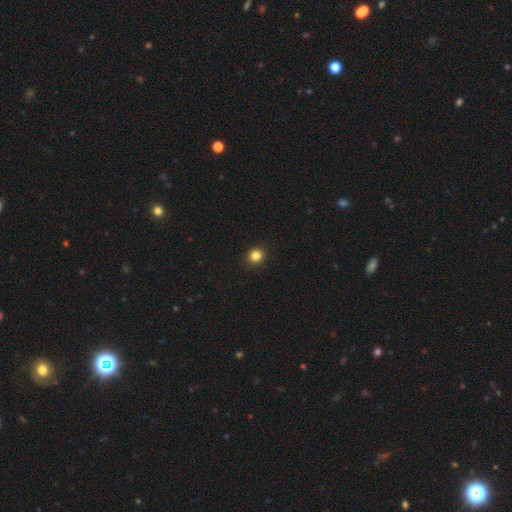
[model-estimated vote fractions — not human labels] Smooth or featured? Predicted: smooth (p=0.84). How rounded? Predicted: round (p=0.92). Merging? Predicted: none (p=0.93).